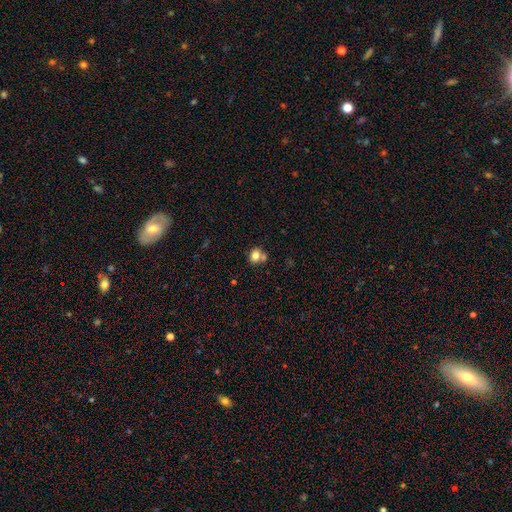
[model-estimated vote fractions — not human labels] smooth 79%, star or artifact 11%, featured or disk 10%. Down the decision tree: how rounded — round (64%); merging — none (55%).